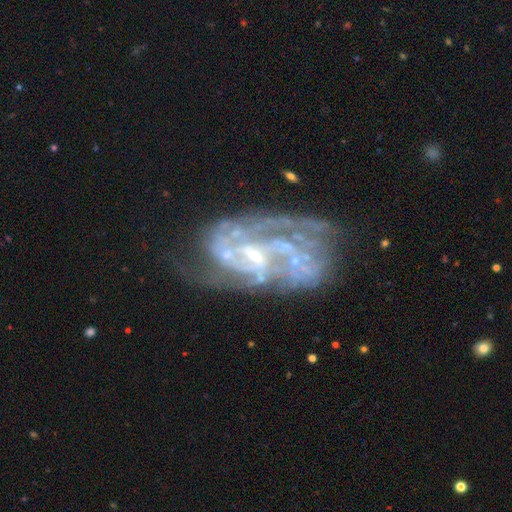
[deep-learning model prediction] This appears to be a featured or disk galaxy (86%) with no bar (45%), 2 (31%) medium (42%) spiral arms (88%) and a small central bulge (70%). Merging: none (39%).